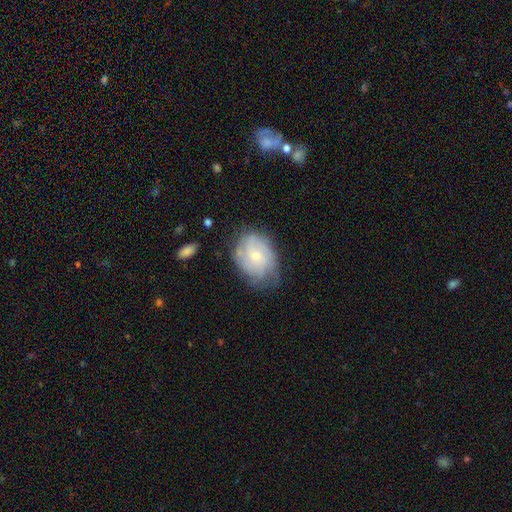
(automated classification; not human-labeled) A featured or disk galaxy (56%) with no bar (76%), spiral arms (80%) and a small central bulge (65%). Merging: none (59%).